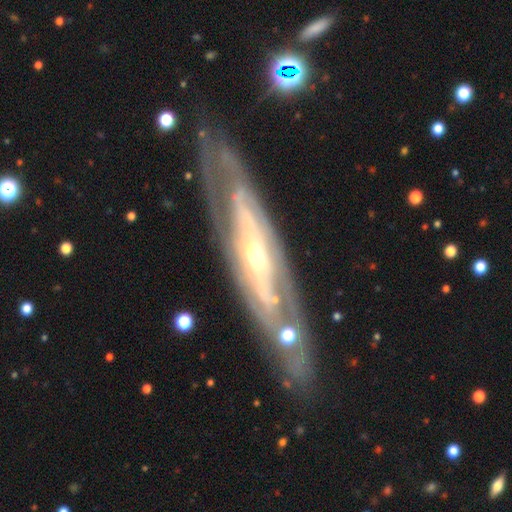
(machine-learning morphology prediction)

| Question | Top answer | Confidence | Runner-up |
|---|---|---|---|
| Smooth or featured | featured or disk | 83% | smooth (11%) |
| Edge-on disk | no | 69% | yes (31%) |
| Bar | no | 63% | weak (23%) |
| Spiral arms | yes | 67% | no (33%) |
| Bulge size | moderate | 52% | small (39%) |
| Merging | none | 77% | minor disturbance (14%) |